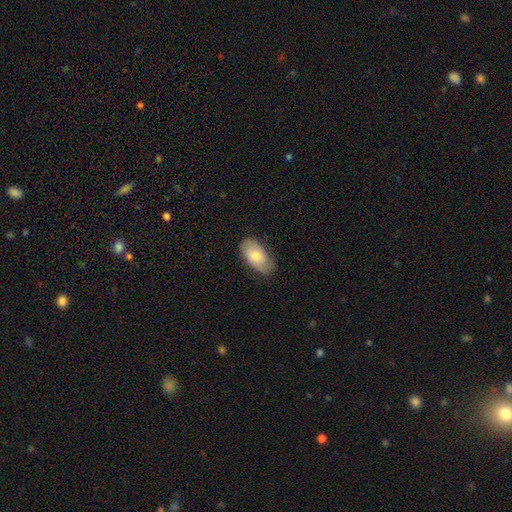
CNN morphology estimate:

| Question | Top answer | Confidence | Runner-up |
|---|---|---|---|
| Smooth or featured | smooth | 68% | featured or disk (26%) |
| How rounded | in between | 94% | round (4%) |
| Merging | none | 76% | minor disturbance (19%) |